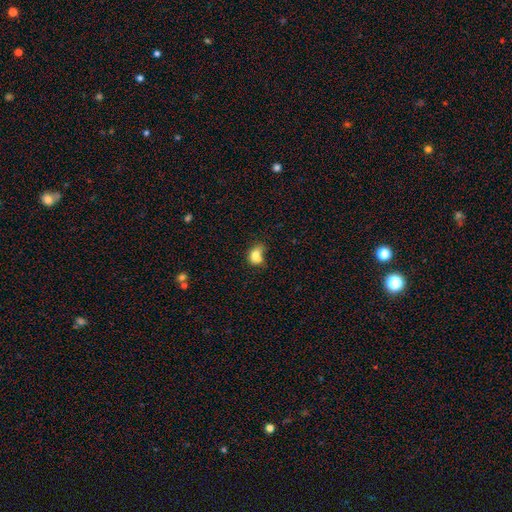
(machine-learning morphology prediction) This is likely a smooth galaxy (76%). How rounded: likely in between (60%). Merging: marginally merger (33%).